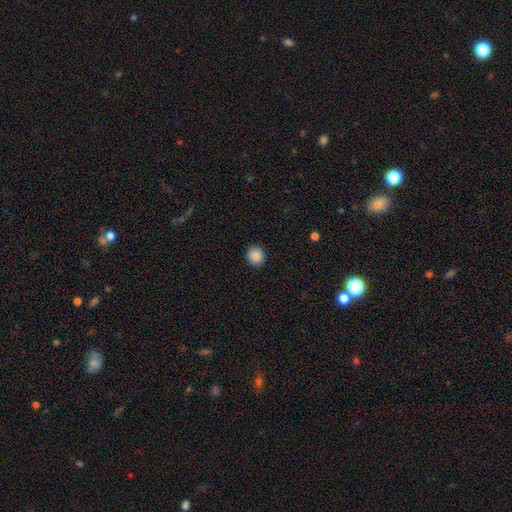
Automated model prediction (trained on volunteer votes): Q: Smooth or featured?
A: smooth (88%); runner-up: star or artifact (9%)
Q: How rounded?
A: round (86%); runner-up: in between (13%)
Q: Merging?
A: none (91%); runner-up: minor disturbance (6%)